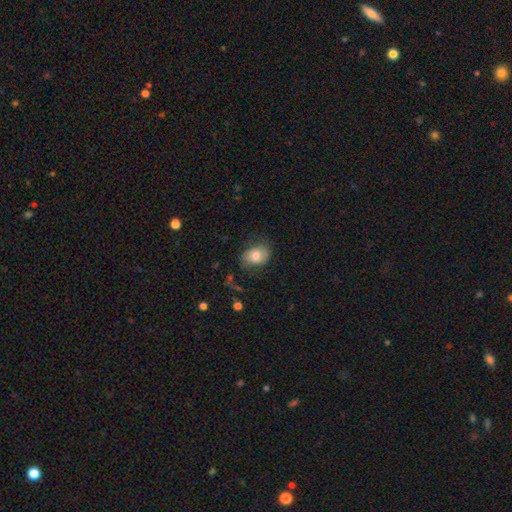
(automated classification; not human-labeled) smooth 64%, featured or disk 28%, star or artifact 8%. Down the decision tree: how rounded — in between (69%); merging — none (63%).